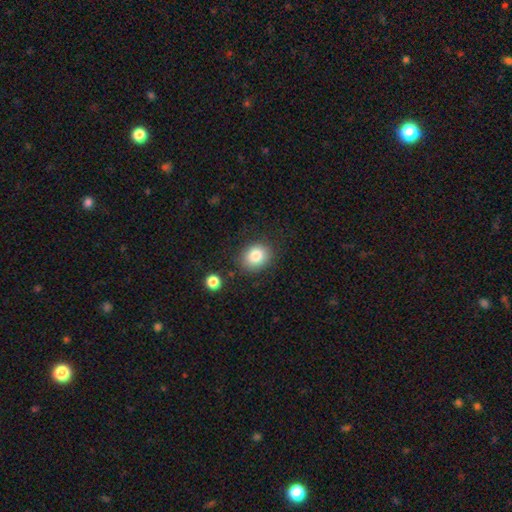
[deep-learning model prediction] Q: Smooth or featured?
A: smooth (83%); runner-up: star or artifact (9%)
Q: How rounded?
A: round (58%); runner-up: in between (41%)
Q: Merging?
A: none (82%); runner-up: minor disturbance (11%)